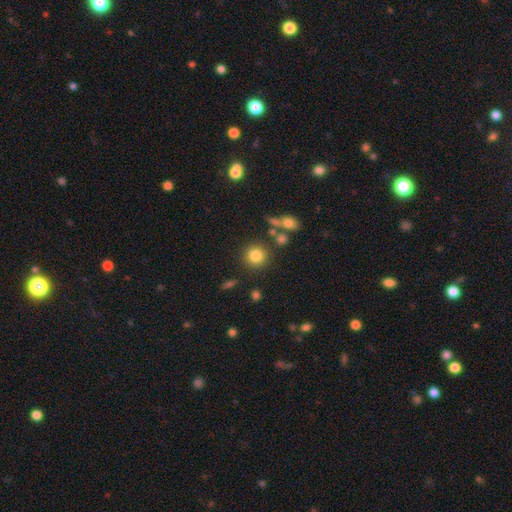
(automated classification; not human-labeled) Smooth or featured? Predicted: smooth (p=0.81). How rounded? Predicted: round (p=0.91). Merging? Predicted: none (p=0.81).